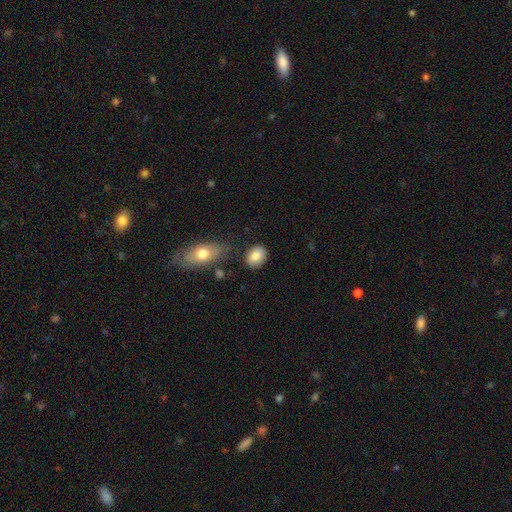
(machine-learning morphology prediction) type=smooth (84%); roundness=in between (70%); merging=none (79%).